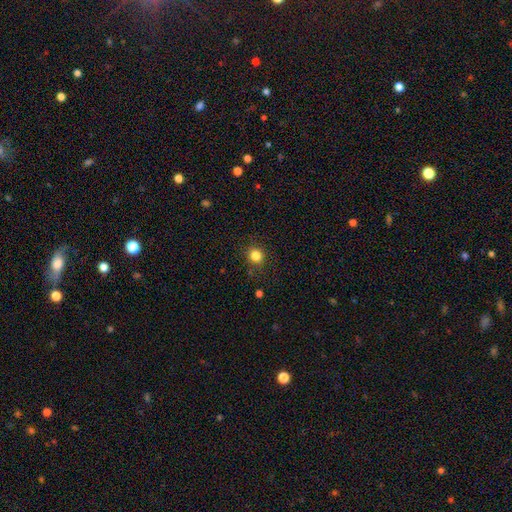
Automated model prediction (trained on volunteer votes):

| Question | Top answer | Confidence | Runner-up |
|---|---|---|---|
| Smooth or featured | smooth | 83% | star or artifact (13%) |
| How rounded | round | 86% | in between (13%) |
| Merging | none | 86% | minor disturbance (10%) |